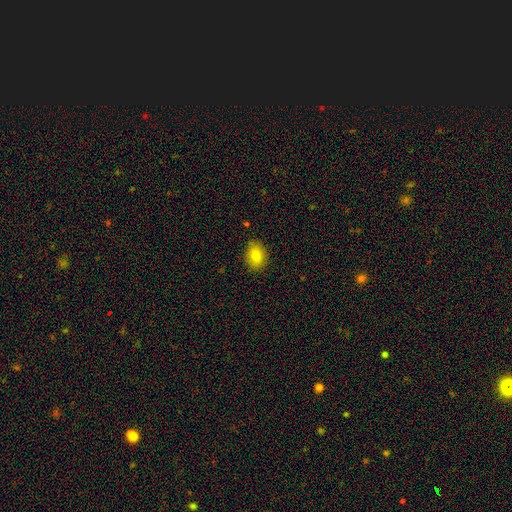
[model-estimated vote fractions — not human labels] This is likely a smooth galaxy (79%). How rounded: likely in between (66%). Merging: clearly none (86%).